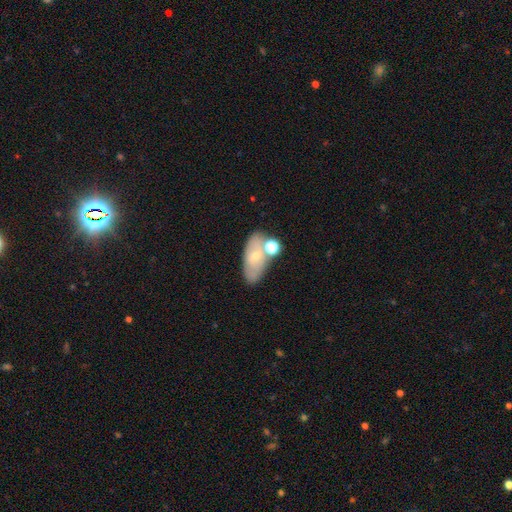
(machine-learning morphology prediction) A smooth galaxy with no disk features (56%) that is in between round and cigar-shaped (86%).

Vote fractions:
- Smooth or featured? smooth: 56% / featured or disk: 35% / star or artifact: 9%
- How rounded? in between: 86% / round: 8% / cigar-shaped: 5%
- Merging? none: 55% / merger: 23% / minor disturbance: 16% / major disturbance: 6%